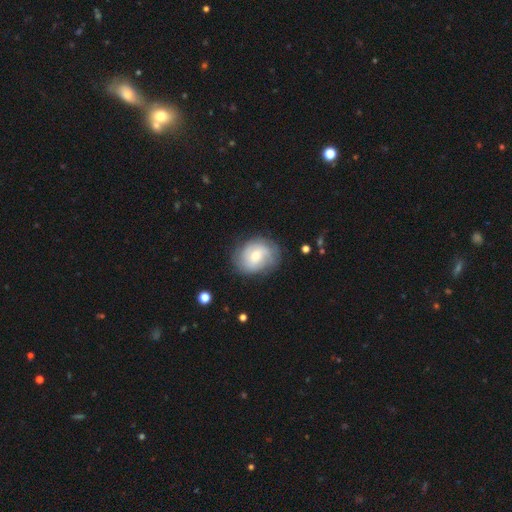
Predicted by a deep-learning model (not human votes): smooth_or_featured: featured or disk (p=0.54) [alt: smooth p=0.38]
disk_edge_on: no (p=0.96) [alt: yes p=0.04]
bar: no (p=0.54) [alt: weak p=0.37]
has_spiral_arms: yes (p=0.78) [alt: no p=0.22]
bulge_size: moderate (p=0.51) [alt: small p=0.44]
merging: none (p=0.78) [alt: minor disturbance p=0.15]